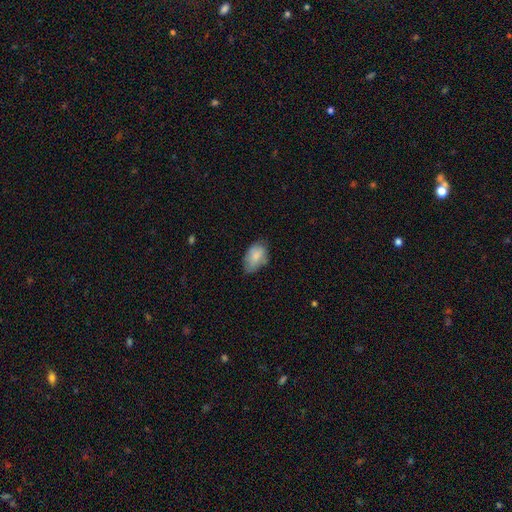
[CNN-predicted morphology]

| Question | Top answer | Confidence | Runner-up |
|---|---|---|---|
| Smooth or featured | smooth | 80% | featured or disk (14%) |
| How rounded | in between | 91% | round (7%) |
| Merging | none | 60% | minor disturbance (31%) |